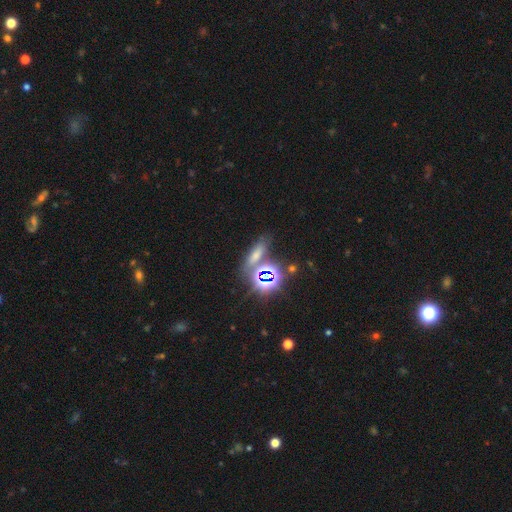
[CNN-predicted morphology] Q: Smooth or featured?
A: star or artifact (51%); runner-up: smooth (34%)